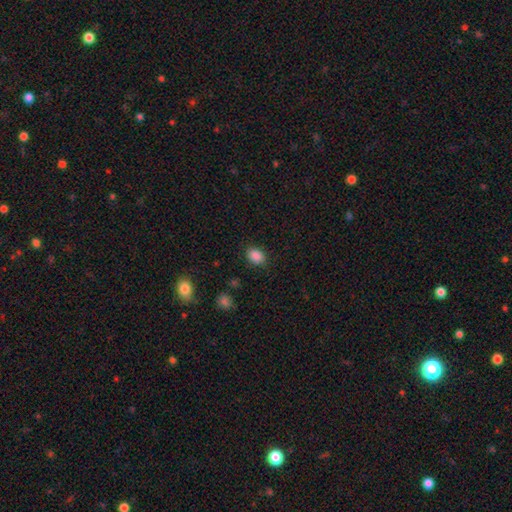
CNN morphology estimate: A smooth galaxy with no disk features (88%) that is in between round and cigar-shaped (69%).

Vote fractions:
- Smooth or featured? smooth: 88% / star or artifact: 9% / featured or disk: 3%
- How rounded? in between: 69% / round: 30% / cigar-shaped: 1%
- Merging? none: 86% / minor disturbance: 10% / major disturbance: 3% / merger: 1%